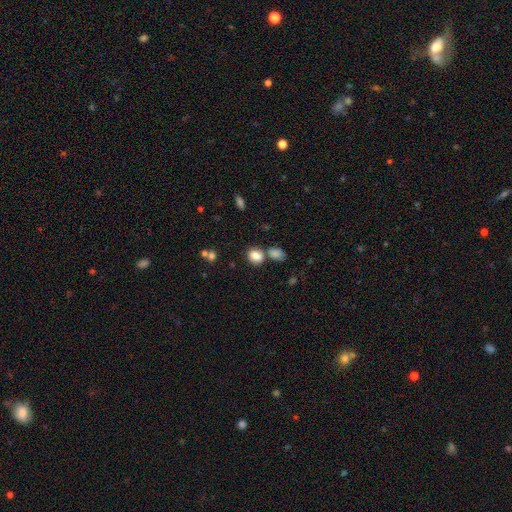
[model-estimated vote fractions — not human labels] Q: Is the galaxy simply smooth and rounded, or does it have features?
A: smooth — 84%.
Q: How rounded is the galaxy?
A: round — 50%.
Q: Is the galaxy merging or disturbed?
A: none — 57%.